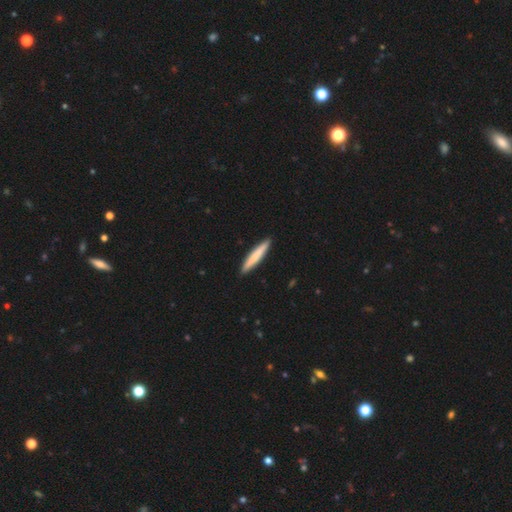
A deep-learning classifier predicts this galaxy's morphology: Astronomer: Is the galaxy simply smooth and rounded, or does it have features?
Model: smooth — 73%.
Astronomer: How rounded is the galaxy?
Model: cigar-shaped — 93%.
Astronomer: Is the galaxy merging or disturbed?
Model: none — 91%.